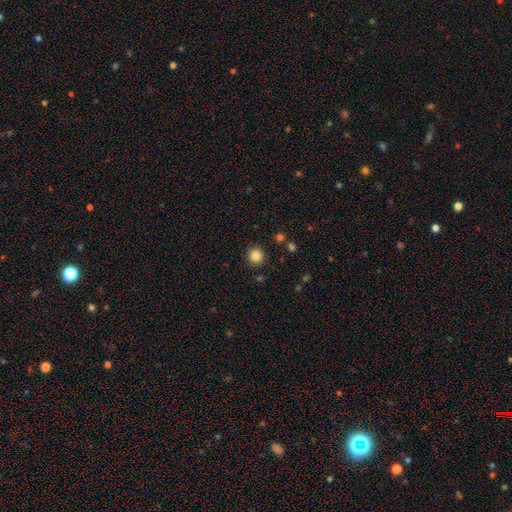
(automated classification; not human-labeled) Overall: smooth (84%). How rounded: round (95%). Merging: none (91%).